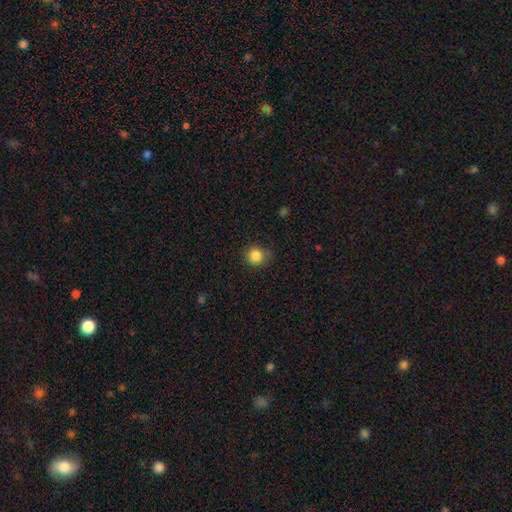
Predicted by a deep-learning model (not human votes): A smooth galaxy with no disk features (85%) that is round (92%). Merging: none (81%).